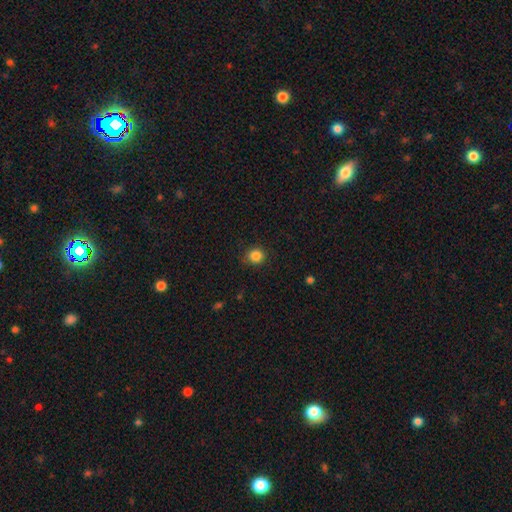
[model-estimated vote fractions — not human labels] smooth-or-featured: smooth: 85% | star or artifact: 11% | featured or disk: 4%
  how-rounded: round: 85% | in between: 14% | cigar-shaped: 1%
  merging: none: 86% | minor disturbance: 11% | major disturbance: 3% | merger: 1%